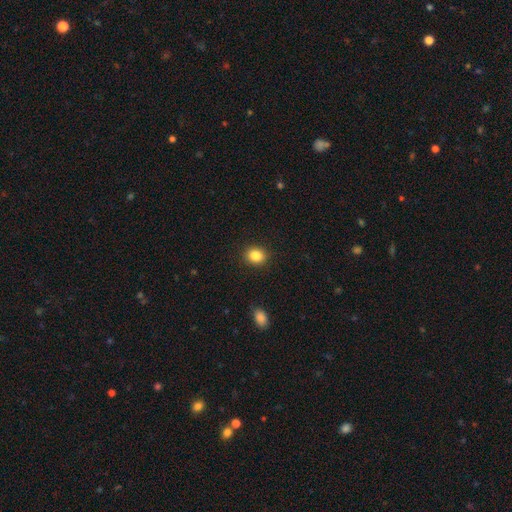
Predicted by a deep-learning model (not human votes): Smooth or featured?
  - smooth: 85% *
  - star or artifact: 10%
  - featured or disk: 5%
How rounded?
  - round: 65% *
  - in between: 34%
  - cigar-shaped: 1%
Merging?
  - none: 90% *
  - minor disturbance: 7%
  - major disturbance: 2%
  - merger: 1%